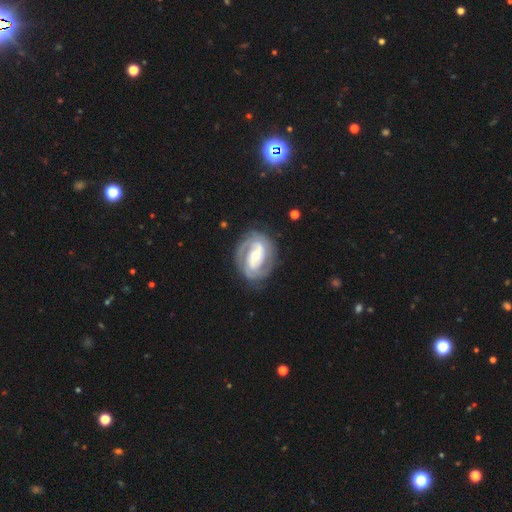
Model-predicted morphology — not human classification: Overall: featured or disk (87%). Edge-on disk: no (97%). Bar: weak (37%; strong 33%). Spiral arms: yes (94%). Spiral arm count: 2 (73%). Spiral winding: tight (57%; medium 35%). Bulge size: moderate (62%; small 31%). Merging: none (78%).